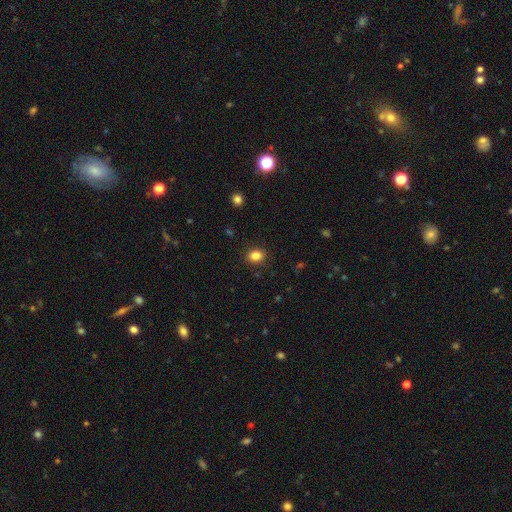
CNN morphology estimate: smooth_or_featured: smooth (p=0.85) [alt: star or artifact p=0.11]
how_rounded: round (p=0.54) [alt: in between p=0.45]
merging: none (p=0.89) [alt: minor disturbance p=0.08]